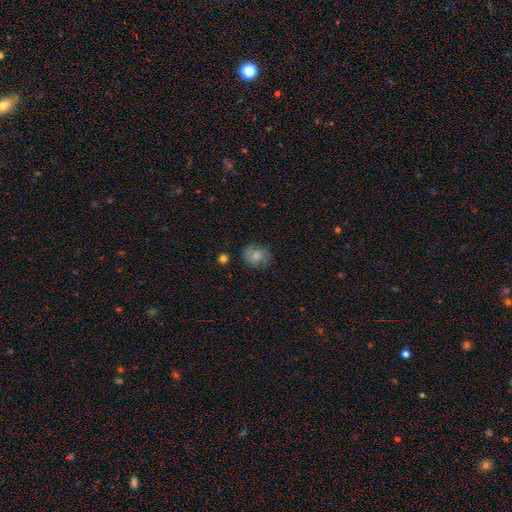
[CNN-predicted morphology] Smooth or featured?
  - smooth: 59% *
  - featured or disk: 32%
  - star or artifact: 9%
How rounded?
  - round: 67% *
  - in between: 32%
  - cigar-shaped: 1%
Merging?
  - none: 66% *
  - minor disturbance: 22%
  - major disturbance: 10%
  - merger: 2%